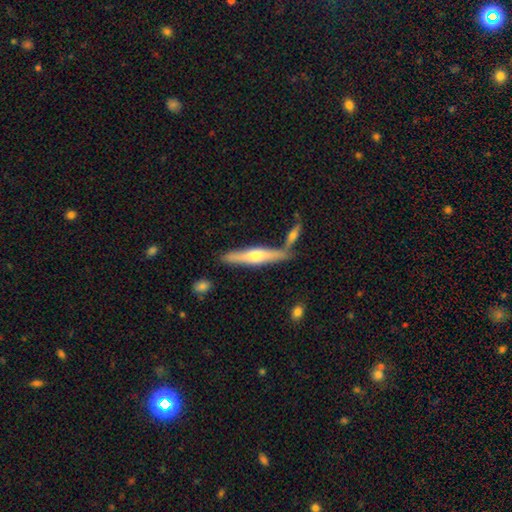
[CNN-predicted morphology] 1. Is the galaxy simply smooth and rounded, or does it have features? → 60% featured or disk, 34% smooth, 5% star or artifact.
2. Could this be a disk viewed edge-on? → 95% yes, 5% no.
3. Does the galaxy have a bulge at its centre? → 90% rounded, 5% none, 5% boxy.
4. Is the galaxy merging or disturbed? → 72% none, 14% merger, 11% minor disturbance, 3% major disturbance.